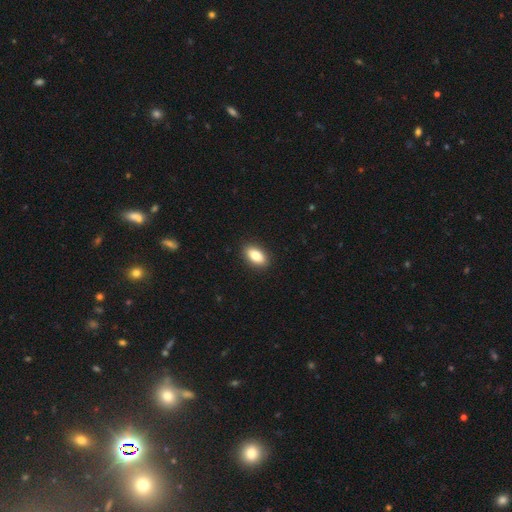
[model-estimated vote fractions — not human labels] The model was most divided on "smooth or featured": smooth: 84%, featured or disk: 9%, star or artifact: 7%. More confident: how rounded — in between (91%); merging — none (90%).